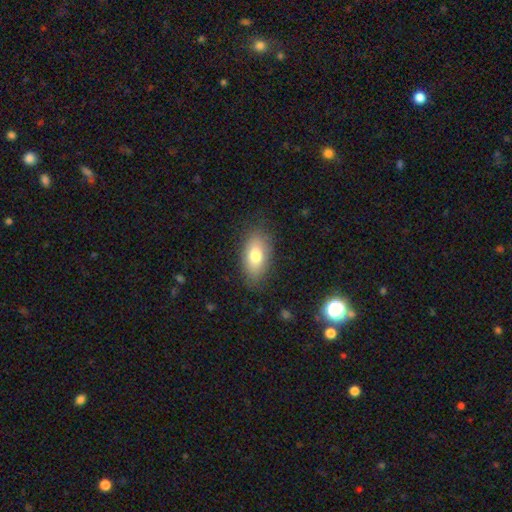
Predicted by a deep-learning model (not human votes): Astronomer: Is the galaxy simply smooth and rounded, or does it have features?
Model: smooth — 76%.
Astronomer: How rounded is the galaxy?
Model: in between — 90%.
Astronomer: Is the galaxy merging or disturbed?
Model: none — 82%.